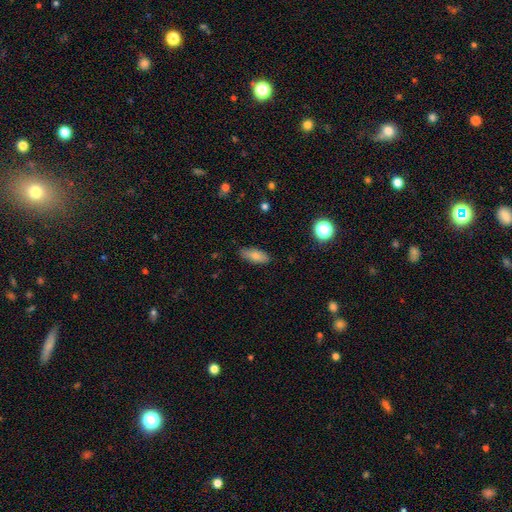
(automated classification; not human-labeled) Smooth or featured? smooth (79%)
How rounded? in between (80%)
Merging? none (85%)